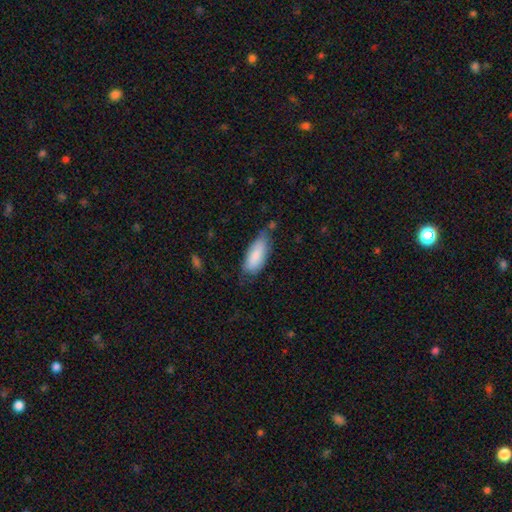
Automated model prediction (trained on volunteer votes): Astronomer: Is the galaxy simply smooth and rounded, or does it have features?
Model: smooth — 86%.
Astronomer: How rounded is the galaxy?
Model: in between — 79%.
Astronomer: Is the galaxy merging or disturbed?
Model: none — 58%.